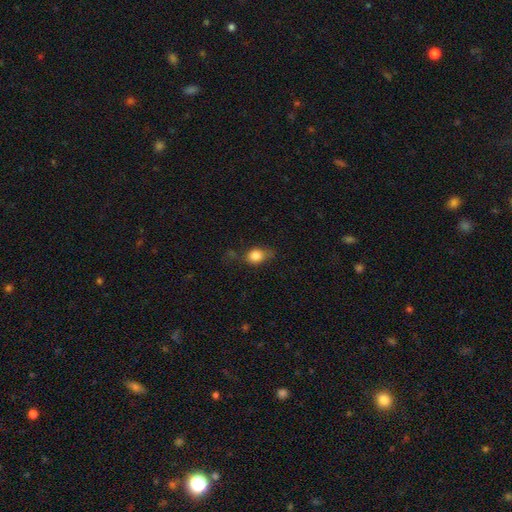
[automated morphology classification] The model was most divided on "how rounded": round: 52%, in between: 46%, cigar-shaped: 2%. More confident: smooth or featured — smooth (81%); merging — none (59%).